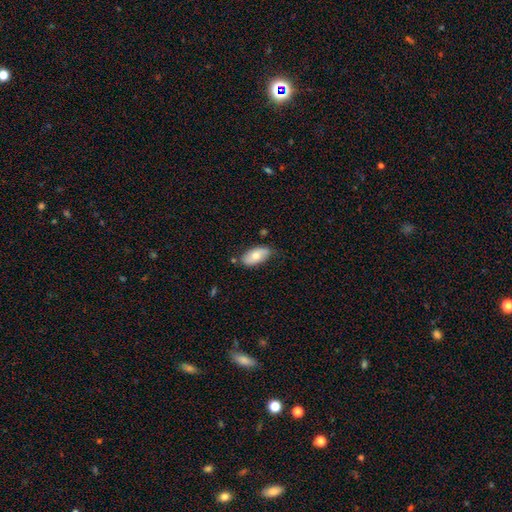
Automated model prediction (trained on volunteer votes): Smooth or featured? smooth (69%)
How rounded? in between (92%)
Merging? none (72%)